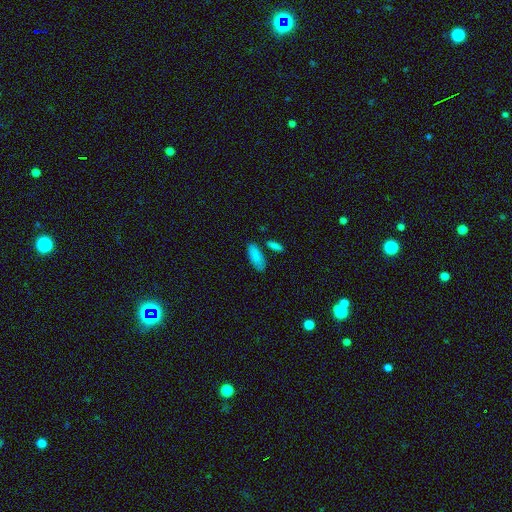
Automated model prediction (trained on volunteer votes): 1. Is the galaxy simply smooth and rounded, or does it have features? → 85% smooth, 8% featured or disk, 7% star or artifact.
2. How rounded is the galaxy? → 77% in between, 20% cigar-shaped, 2% round.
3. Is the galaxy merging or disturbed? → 76% none, 13% minor disturbance, 8% merger, 3% major disturbance.